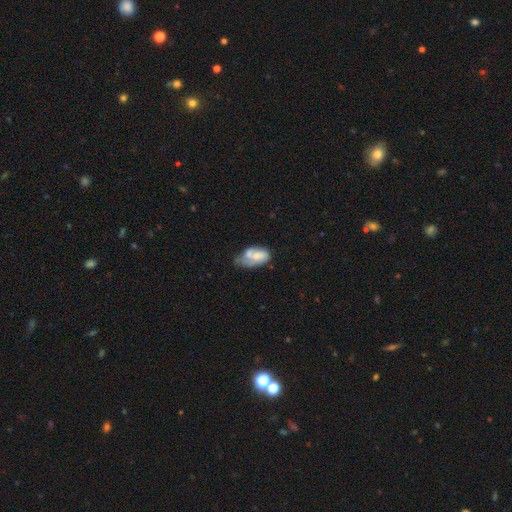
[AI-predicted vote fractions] smooth_or_featured: smooth (p=0.51) [alt: featured or disk p=0.42]
how_rounded: in between (p=0.91) [alt: round p=0.06]
merging: minor disturbance (p=0.30) [alt: merger p=0.28]